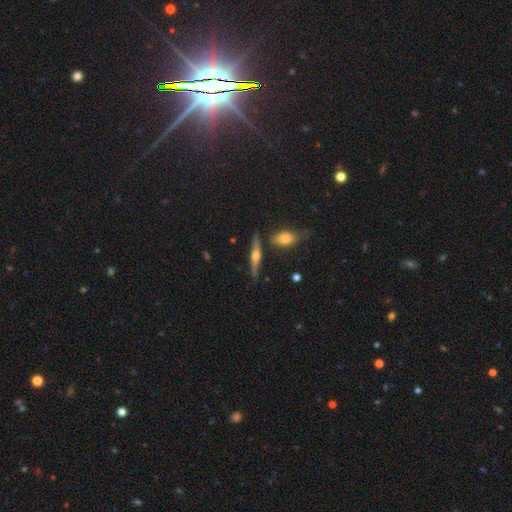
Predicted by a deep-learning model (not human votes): This is likely a featured or disk galaxy (63%). It is clearly viewed edge-on (95%). Edge-on bulge: clearly rounded (92%). Merging: clearly none (80%).